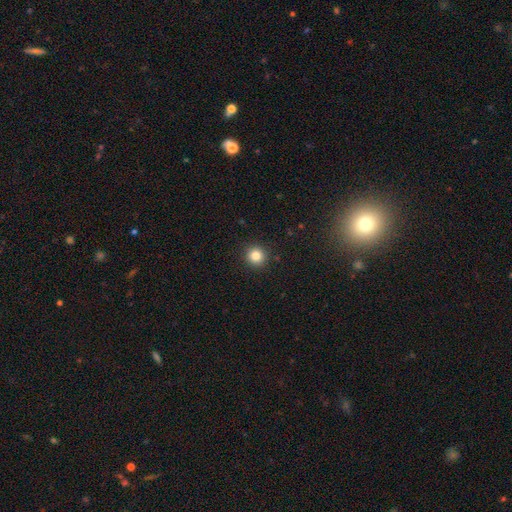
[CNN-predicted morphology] smooth 83%, star or artifact 11%, featured or disk 5%. Down the decision tree: how rounded — round (94%); merging — none (92%).